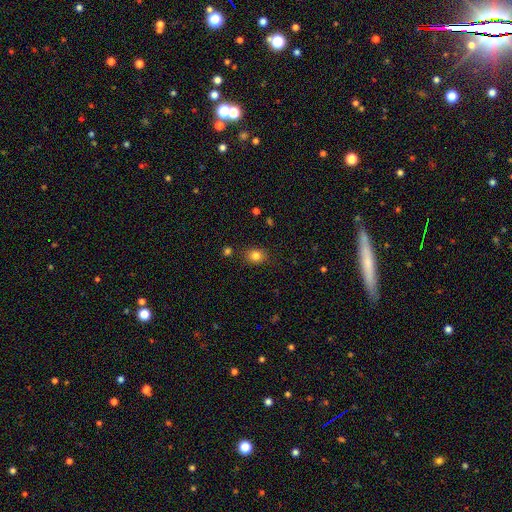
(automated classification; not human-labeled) smooth_or_featured: smooth (p=0.82) [alt: star or artifact p=0.12]
how_rounded: round (p=0.58) [alt: in between p=0.41]
merging: none (p=0.84) [alt: minor disturbance p=0.11]